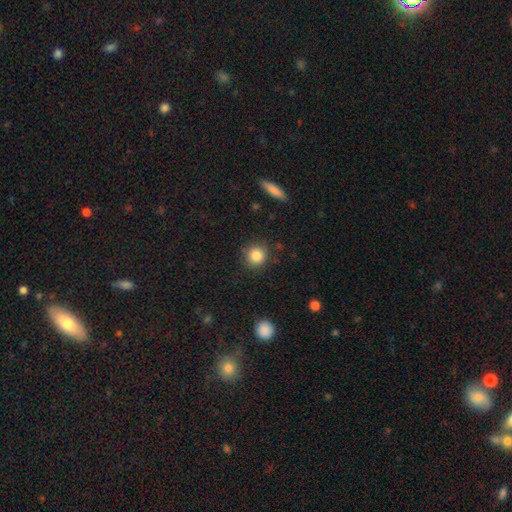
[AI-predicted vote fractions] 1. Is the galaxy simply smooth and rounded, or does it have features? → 85% smooth, 10% star or artifact, 6% featured or disk.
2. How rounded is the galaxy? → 91% round, 8% in between, 1% cigar-shaped.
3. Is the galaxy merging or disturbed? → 87% none, 8% minor disturbance, 3% major disturbance, 2% merger.